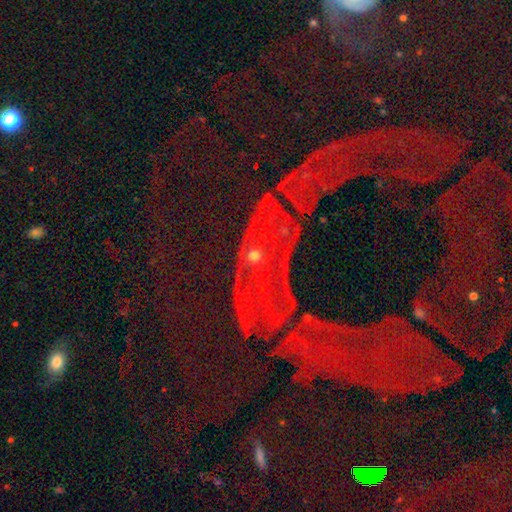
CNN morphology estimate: smooth-or-featured: star or artifact: 78% | featured or disk: 11% | smooth: 11%